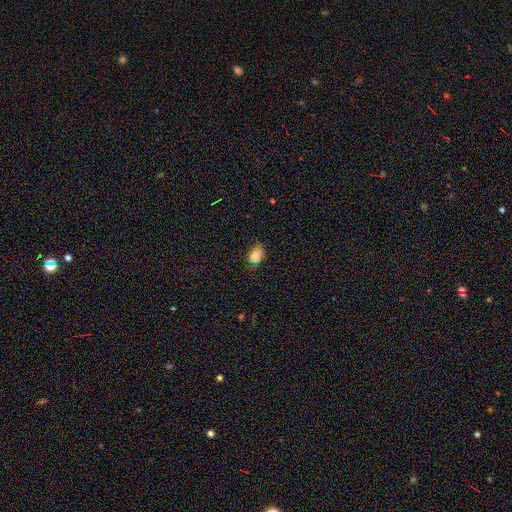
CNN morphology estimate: smooth 74%, star or artifact 16%, featured or disk 10%. Down the decision tree: how rounded — in between (79%); merging — none (74%).